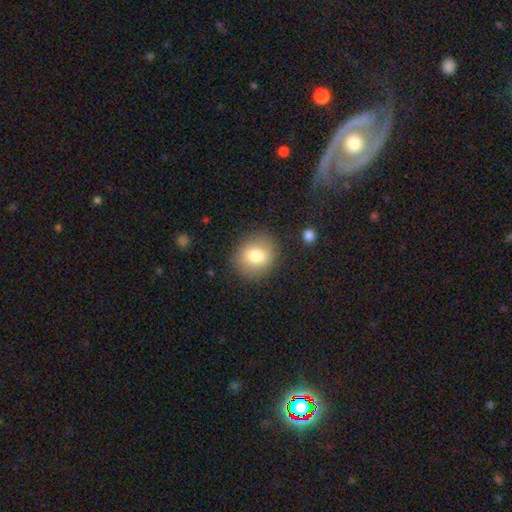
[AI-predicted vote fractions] A smooth galaxy with no disk features (78%) that is round (77%).

Vote fractions:
- Smooth or featured? smooth: 78% / featured or disk: 12% / star or artifact: 9%
- How rounded? round: 77% / in between: 22% / cigar-shaped: 1%
- Merging? none: 85% / minor disturbance: 10% / major disturbance: 4% / merger: 2%